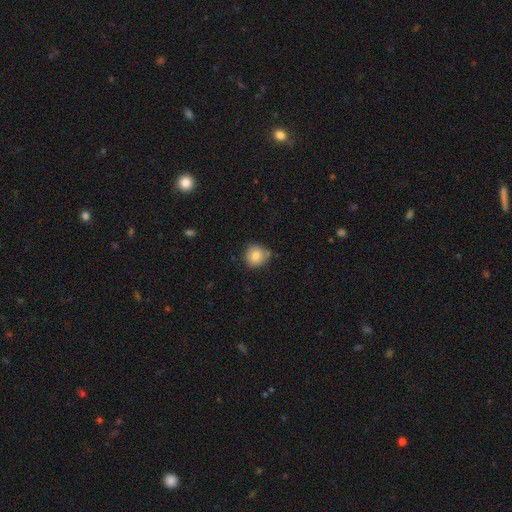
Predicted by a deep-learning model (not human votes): smooth 81%, featured or disk 10%, star or artifact 9%. Down the decision tree: how rounded — round (92%); merging — none (77%).